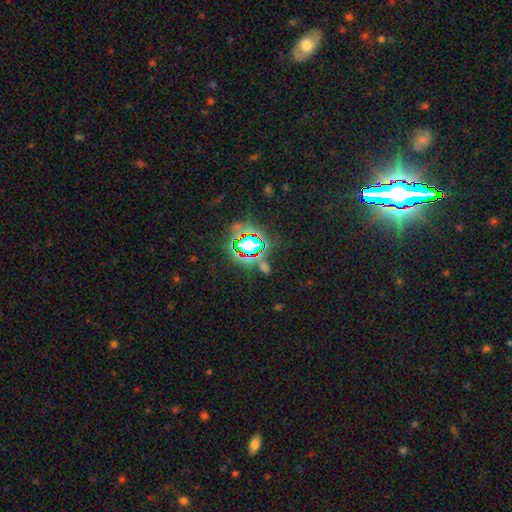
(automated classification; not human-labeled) Smooth or featured: star or artifact — 79% (smooth — 12%)